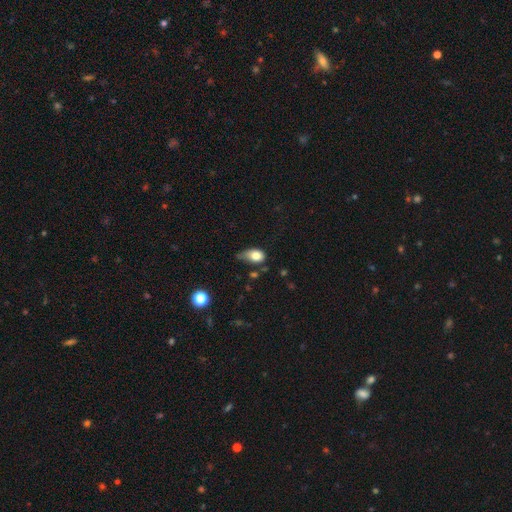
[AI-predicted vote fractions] smooth 80%, featured or disk 12%, star or artifact 9%. Down the decision tree: how rounded — in between (79%); merging — minor disturbance (45%).